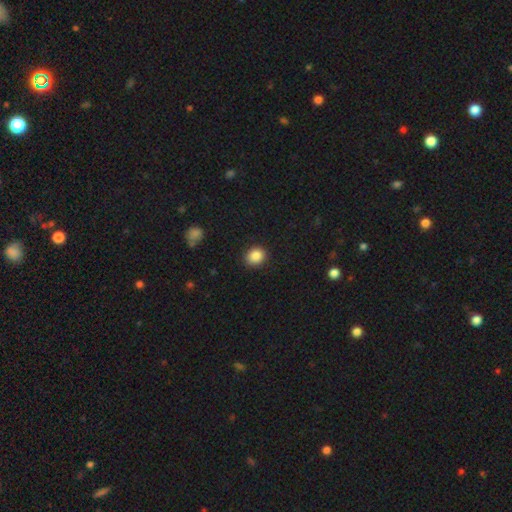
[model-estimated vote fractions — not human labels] Smooth or featured? smooth (87%)
How rounded? round (71%)
Merging? none (89%)